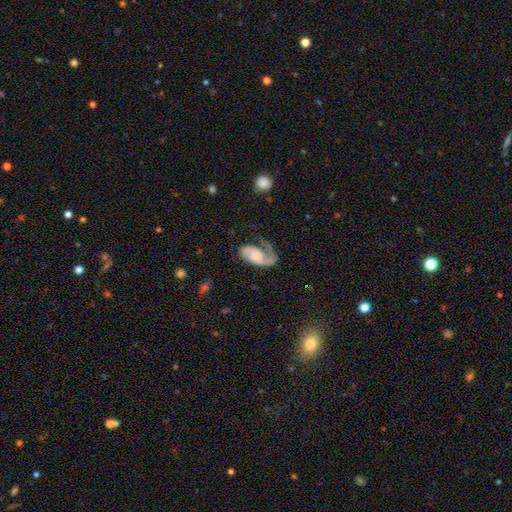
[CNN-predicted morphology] Q: Smooth or featured?
A: featured or disk (72%); runner-up: smooth (22%)
Q: Edge-on disk?
A: no (97%); runner-up: yes (3%)
Q: Bar?
A: no (69%); runner-up: weak (24%)
Q: Spiral arms?
A: yes (92%); runner-up: no (8%)
Q: Spiral winding?
A: medium (38%); runner-up: loose (35%)
Q: Spiral arm count?
A: 1 (58%); runner-up: 2 (35%)
Q: Bulge size?
A: small (37%); runner-up: none (30%)
Q: Merging?
A: major disturbance (39%); runner-up: none (36%)